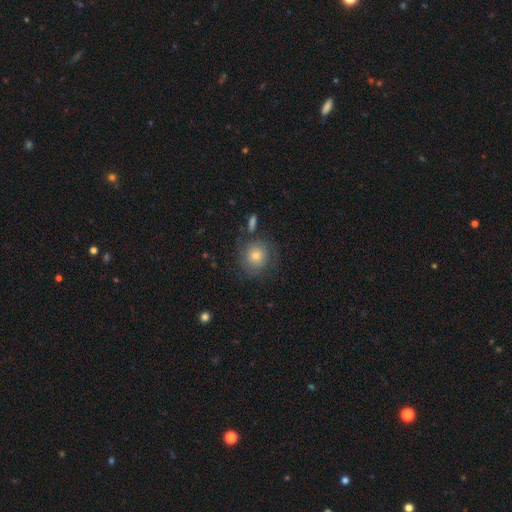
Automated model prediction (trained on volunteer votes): Morphology: type=smooth (58%); roundness=round (88%); merging=none (69%).